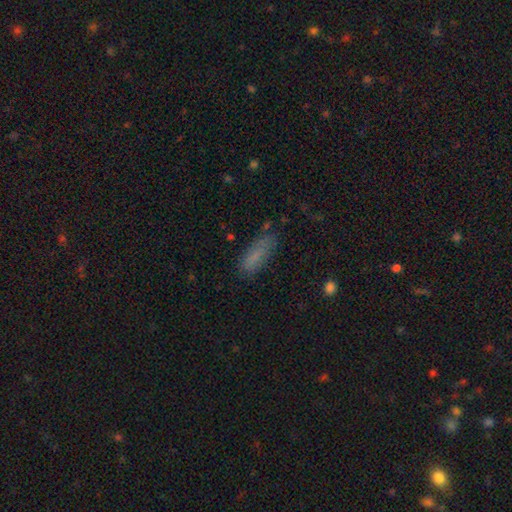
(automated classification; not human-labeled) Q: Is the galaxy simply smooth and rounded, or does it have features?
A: smooth — 77%.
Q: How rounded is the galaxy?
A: in between — 51%.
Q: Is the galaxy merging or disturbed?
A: none — 69%.